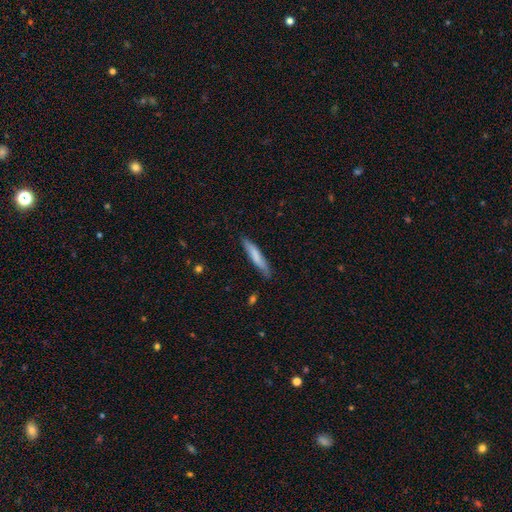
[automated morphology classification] Overall: smooth (74%). How rounded: cigar-shaped (90%). Merging: none (81%).